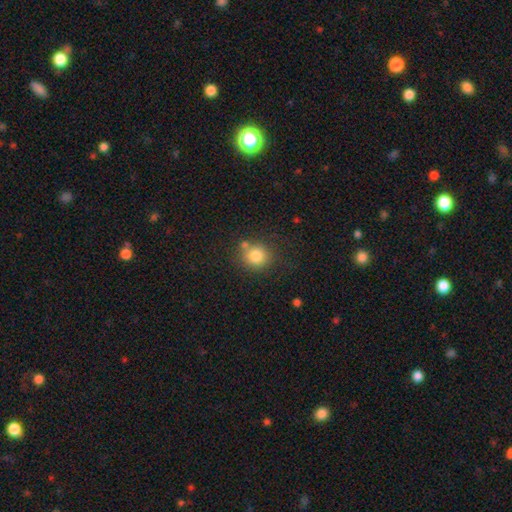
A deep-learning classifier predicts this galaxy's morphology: Smooth or featured? smooth (82%)
How rounded? round (87%)
Merging? none (72%)